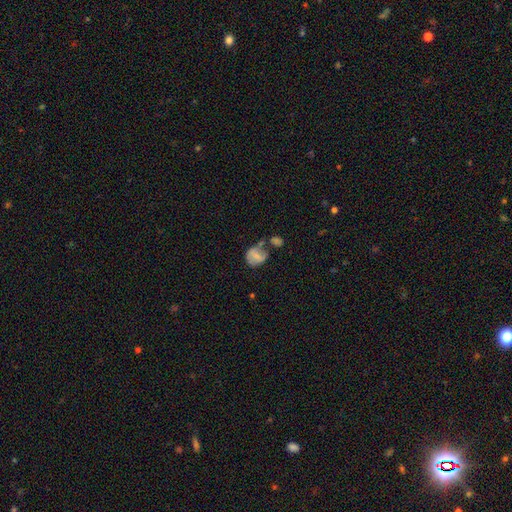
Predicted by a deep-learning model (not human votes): Morphology: type=smooth (57%); roundness=round (55%); merging=none (31%).